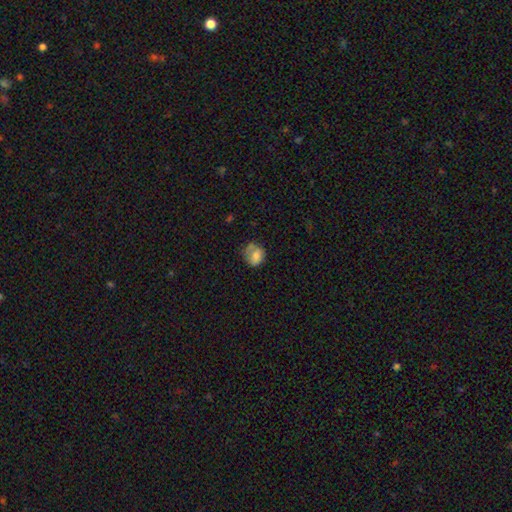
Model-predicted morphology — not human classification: Smooth or featured: smooth — 74% (featured or disk — 16%)
How rounded: round — 53% (in between — 46%)
Merging: none — 41% (minor disturbance — 31%)